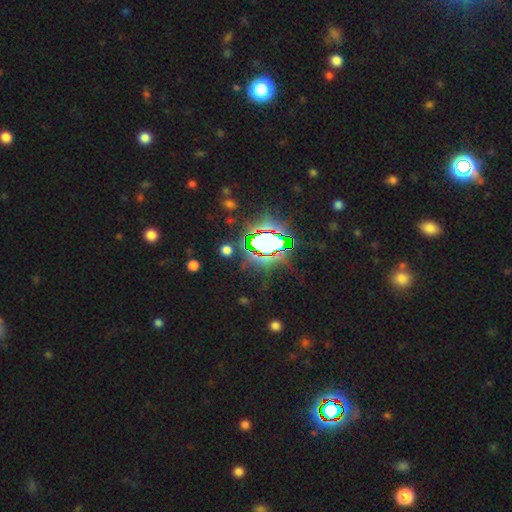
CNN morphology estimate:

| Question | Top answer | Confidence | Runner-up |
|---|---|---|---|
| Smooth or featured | star or artifact | 84% | smooth (9%) |